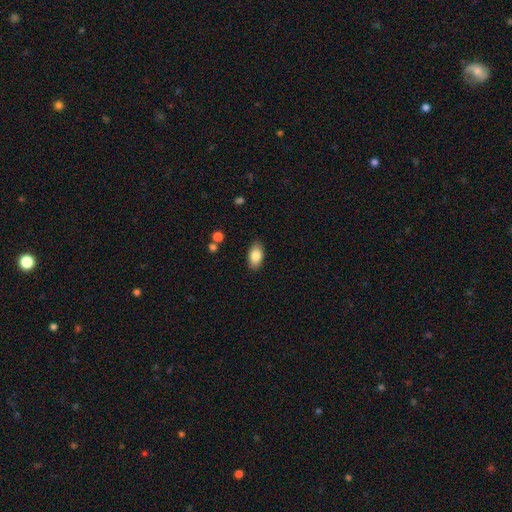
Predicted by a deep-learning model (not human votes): This is clearly a smooth galaxy (83%). How rounded: clearly in between (92%). Merging: clearly none (87%).